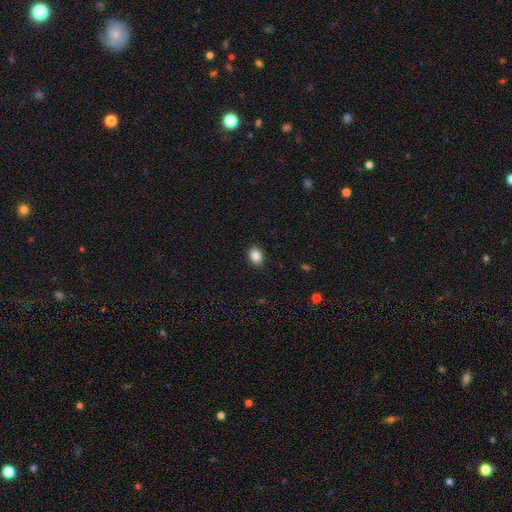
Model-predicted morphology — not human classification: Smooth or featured? smooth (85%)
How rounded? in between (64%)
Merging? none (90%)